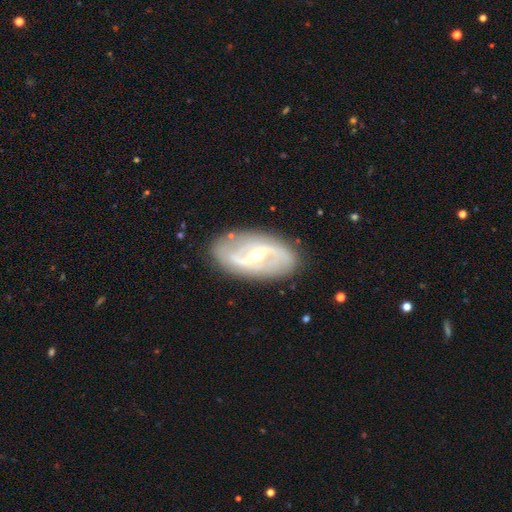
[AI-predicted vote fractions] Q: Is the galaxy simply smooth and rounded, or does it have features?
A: featured or disk — 86%.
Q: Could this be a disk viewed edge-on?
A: no — 94%.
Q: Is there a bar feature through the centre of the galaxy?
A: strong — 43%.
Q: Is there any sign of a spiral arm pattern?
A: yes — 89%.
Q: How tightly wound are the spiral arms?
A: loose — 43%.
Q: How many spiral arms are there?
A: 2 — 87%.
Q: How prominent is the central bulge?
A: small — 56%.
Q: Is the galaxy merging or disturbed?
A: none — 84%.